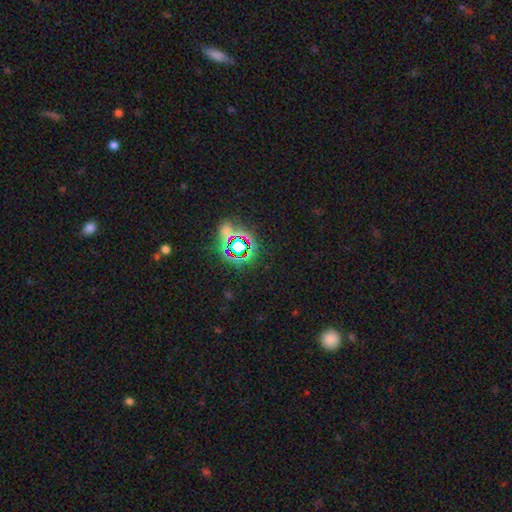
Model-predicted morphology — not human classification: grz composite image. It shows a star or artifact, not a galaxy (71%).